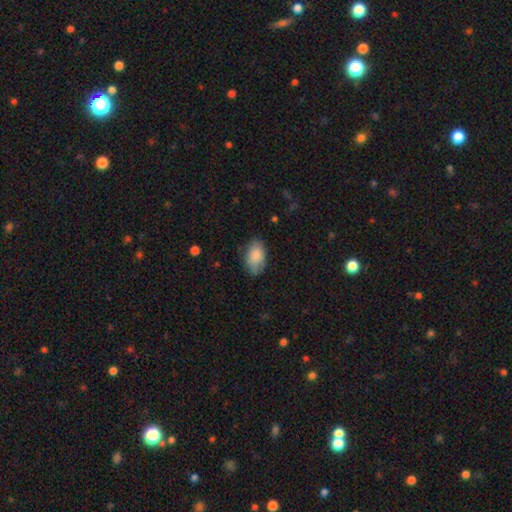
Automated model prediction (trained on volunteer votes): This is clearly a smooth galaxy (84%). How rounded: clearly in between (92%). Merging: likely none (73%).